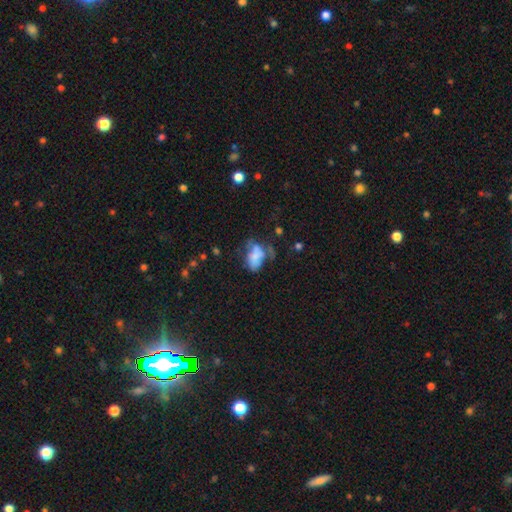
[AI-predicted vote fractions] A smooth galaxy with no disk features (59%) that is in between round and cigar-shaped (85%). Merging: major disturbance (35%).